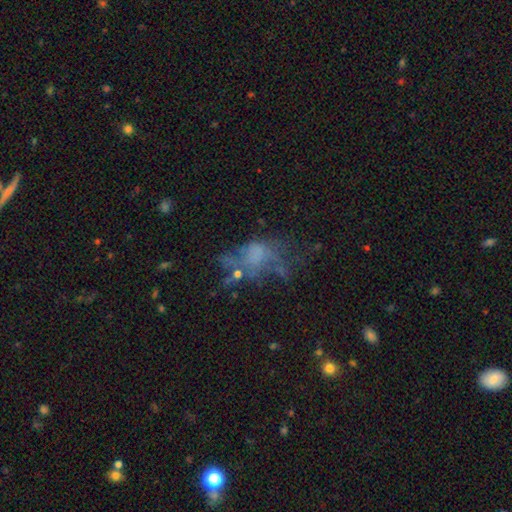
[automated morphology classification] Smooth or featured?
  - featured or disk: 47% *
  - smooth: 33%
  - star or artifact: 20%
Merging?
  - major disturbance: 42% *
  - none: 31%
  - minor disturbance: 17%
  - merger: 10%